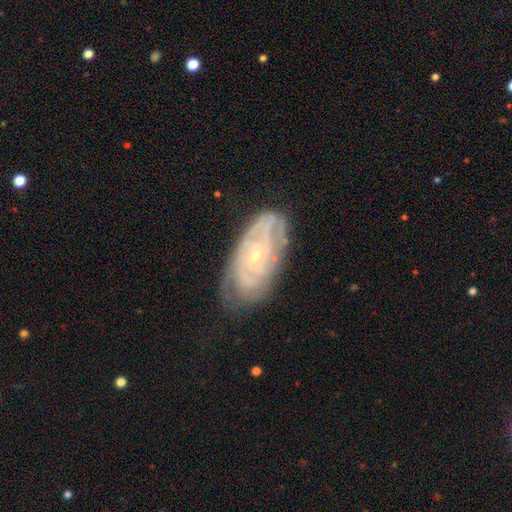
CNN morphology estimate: A featured or disk galaxy (80%) with no bar (76%), tight (72%) spiral arms (91%) and a small central bulge (80%).

Vote fractions:
- Smooth or featured? featured or disk: 80% / smooth: 13% / star or artifact: 6%
- Edge-on disk? no: 94% / yes: 6%
- Bar? no: 76% / weak: 19% / strong: 5%
- Spiral arms? yes: 91% / no: 9%
- Spiral winding? tight: 72% / medium: 23% / loose: 5%
- Spiral arm count? can't tell: 45% / 2: 23% / 3: 14% / 4: 9% / more than 4: 5% / 1: 5%
- Bulge size? small: 80% / moderate: 17% / none: 2% / large: 1% / dominant: 1%
- Merging? none: 68% / minor disturbance: 23% / major disturbance: 8% / merger: 2%